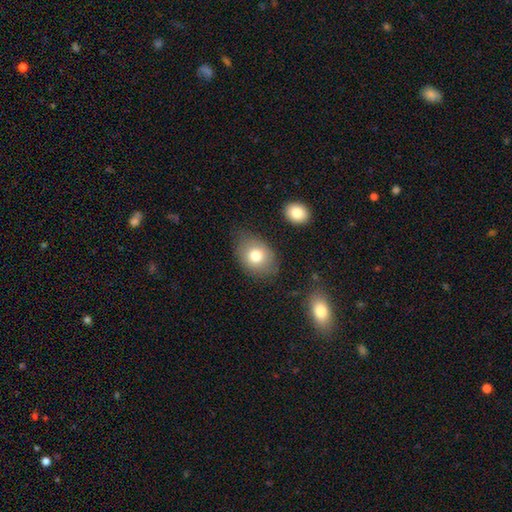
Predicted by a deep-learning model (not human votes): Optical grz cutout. It shows a smooth galaxy with no disk features (77%) that is in between round and cigar-shaped (66%). Merging: none (73%).